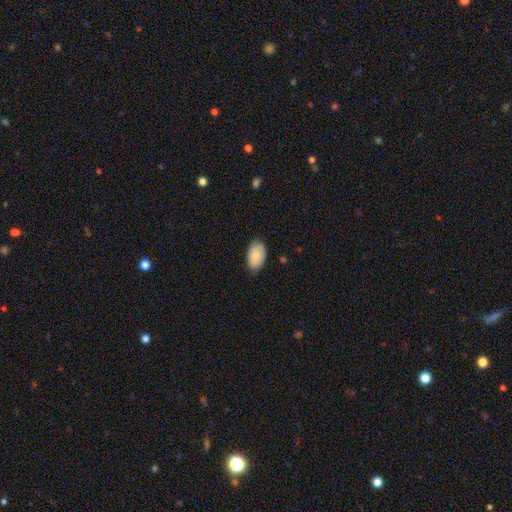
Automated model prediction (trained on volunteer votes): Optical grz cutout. It shows a smooth galaxy with no disk features (83%) that is in between round and cigar-shaped (92%). Merging: none (83%).